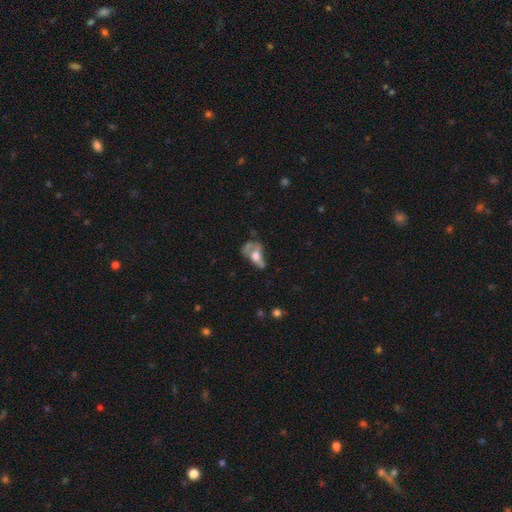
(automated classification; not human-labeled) This appears to be a featured or disk galaxy (44%, tied with smooth). Merging: major disturbance (45%).